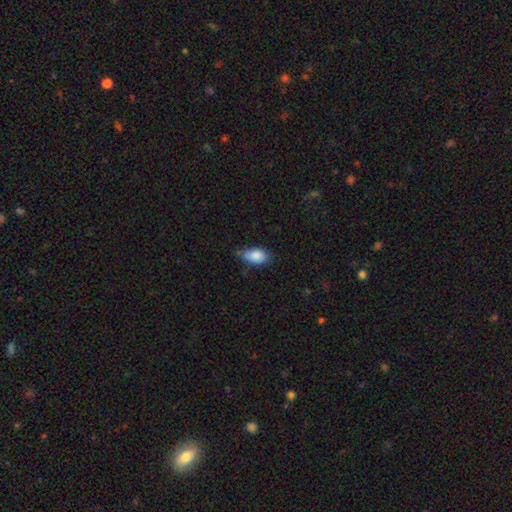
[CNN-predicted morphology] smooth_or_featured: smooth (p=0.87) [alt: star or artifact p=0.07]
how_rounded: in between (p=0.92) [alt: round p=0.04]
merging: none (p=0.68) [alt: minor disturbance p=0.26]